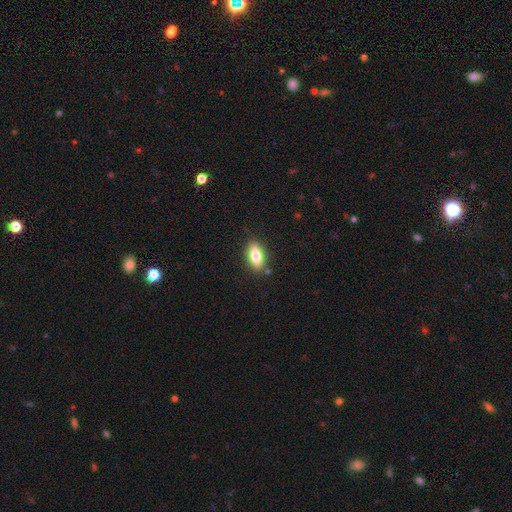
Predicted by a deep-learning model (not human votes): A smooth galaxy with no disk features (74%) that is in between round and cigar-shaped (83%).

Vote fractions:
- Smooth or featured? smooth: 74% / featured or disk: 19% / star or artifact: 7%
- How rounded? in between: 83% / cigar-shaped: 13% / round: 4%
- Merging? none: 84% / minor disturbance: 11% / major disturbance: 2% / merger: 2%